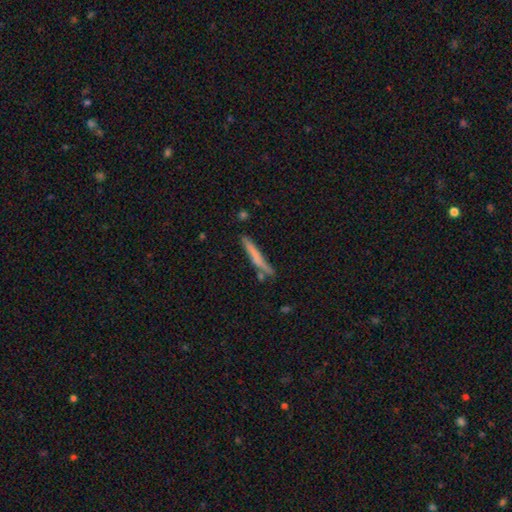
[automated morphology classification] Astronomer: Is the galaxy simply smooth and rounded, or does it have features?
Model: smooth — 65%.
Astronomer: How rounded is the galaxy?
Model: cigar-shaped — 96%.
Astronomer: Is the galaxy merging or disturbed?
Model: none — 77%.